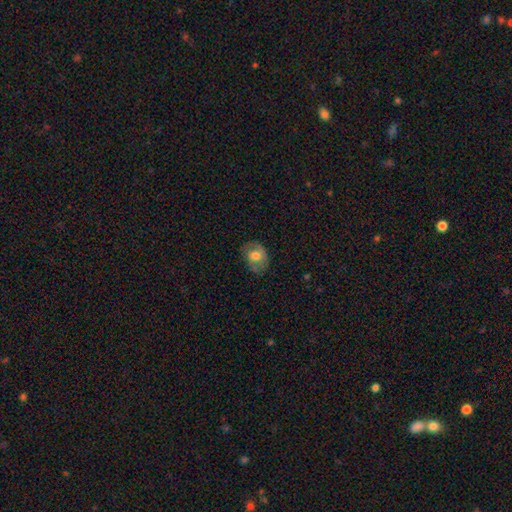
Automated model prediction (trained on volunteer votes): Overall: smooth (60%; featured or disk 33%). How rounded: in between (52%; round 47%). Merging: none (66%).